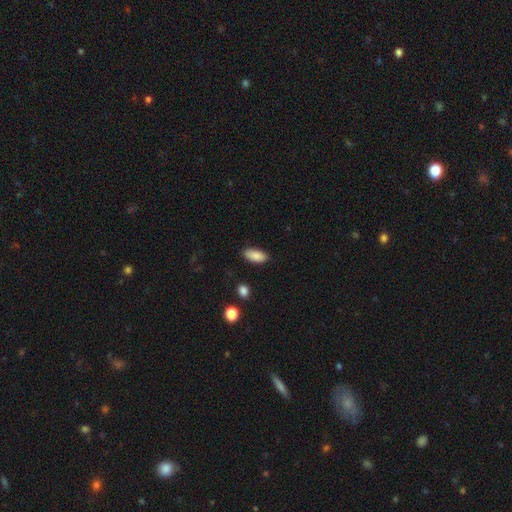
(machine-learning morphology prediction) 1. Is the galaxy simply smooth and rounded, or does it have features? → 87% smooth, 7% star or artifact, 6% featured or disk.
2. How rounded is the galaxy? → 87% in between, 11% cigar-shaped, 2% round.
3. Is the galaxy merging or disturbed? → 86% none, 10% minor disturbance, 2% major disturbance, 1% merger.